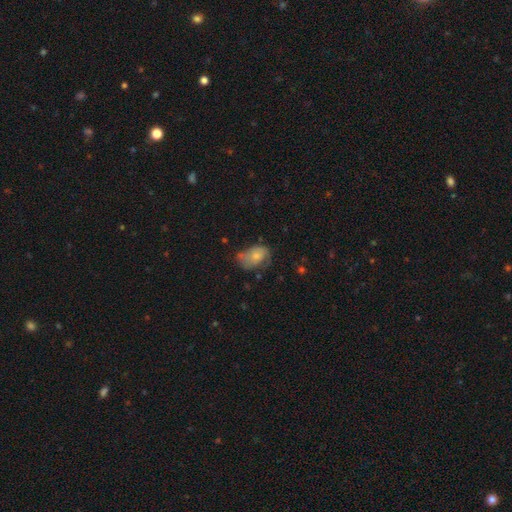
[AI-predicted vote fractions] This appears to be a smooth galaxy with no disk features (60%) that is in between round and cigar-shaped (85%). Merging: none (39%).